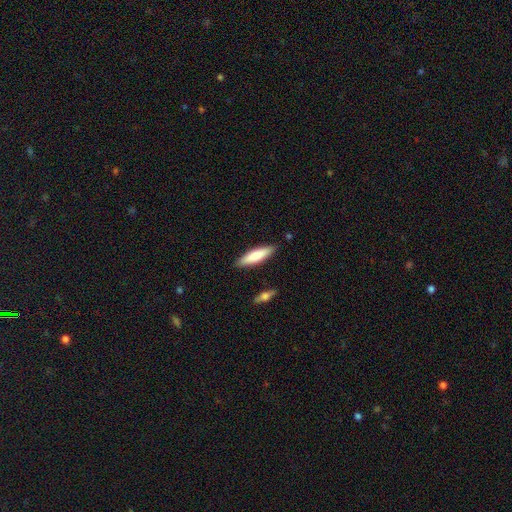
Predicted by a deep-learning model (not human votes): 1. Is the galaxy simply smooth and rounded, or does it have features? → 75% smooth, 19% featured or disk, 5% star or artifact.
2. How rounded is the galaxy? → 65% cigar-shaped, 34% in between, 1% round.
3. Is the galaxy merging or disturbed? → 87% none, 9% minor disturbance, 2% merger, 2% major disturbance.